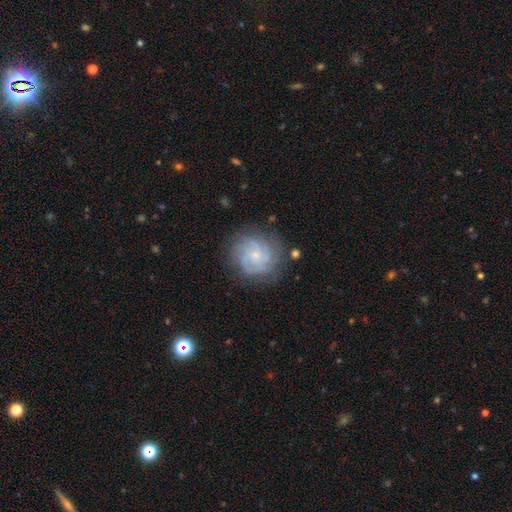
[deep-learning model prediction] Q: Smooth or featured?
A: featured or disk (75%); runner-up: smooth (17%)
Q: Edge-on disk?
A: no (98%); runner-up: yes (2%)
Q: Bar?
A: no (75%); runner-up: weak (22%)
Q: Spiral arms?
A: yes (94%); runner-up: no (6%)
Q: Spiral winding?
A: tight (62%); runner-up: medium (30%)
Q: Spiral arm count?
A: can't tell (30%); runner-up: 4 (26%)
Q: Bulge size?
A: small (72%); runner-up: moderate (20%)
Q: Merging?
A: none (78%); runner-up: minor disturbance (15%)